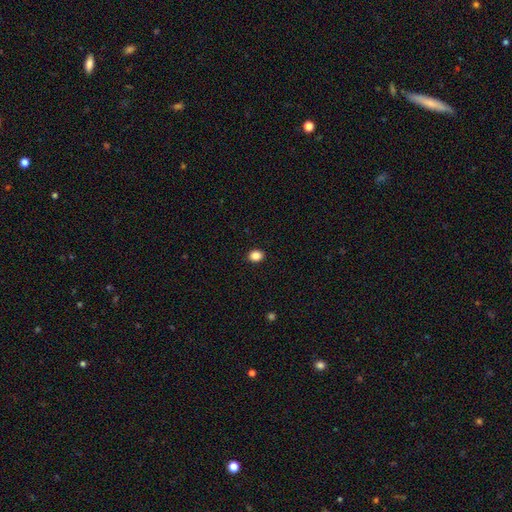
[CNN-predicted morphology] A smooth galaxy with no disk features (86%) that is round (50%).

Vote fractions:
- Smooth or featured? smooth: 86% / star or artifact: 10% / featured or disk: 4%
- How rounded? round: 50% / in between: 49% / cigar-shaped: 1%
- Merging? none: 91% / minor disturbance: 6% / major disturbance: 2% / merger: 1%